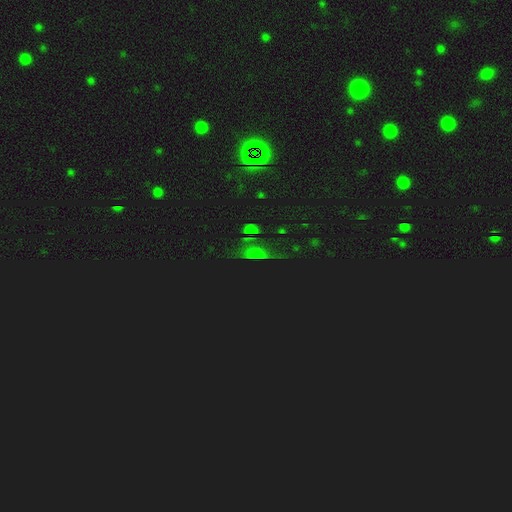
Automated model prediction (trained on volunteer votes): Morphology: type=star or artifact (62%).